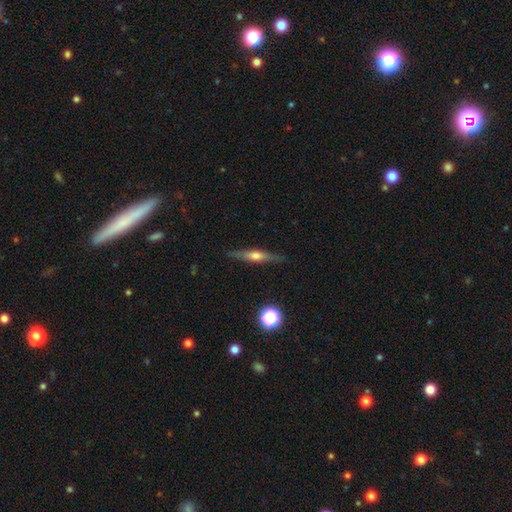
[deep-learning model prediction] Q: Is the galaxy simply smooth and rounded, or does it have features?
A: featured or disk — 60%.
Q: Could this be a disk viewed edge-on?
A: yes — 94%.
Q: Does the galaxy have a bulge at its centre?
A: rounded — 85%.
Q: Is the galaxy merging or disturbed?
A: none — 86%.